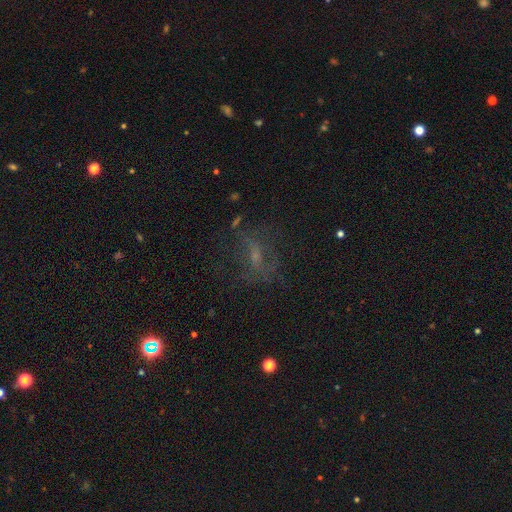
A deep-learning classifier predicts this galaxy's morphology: The model was most divided on "smooth or featured": featured or disk: 44%, star or artifact: 28%, smooth: 28%. More confident: merging — none (56%).